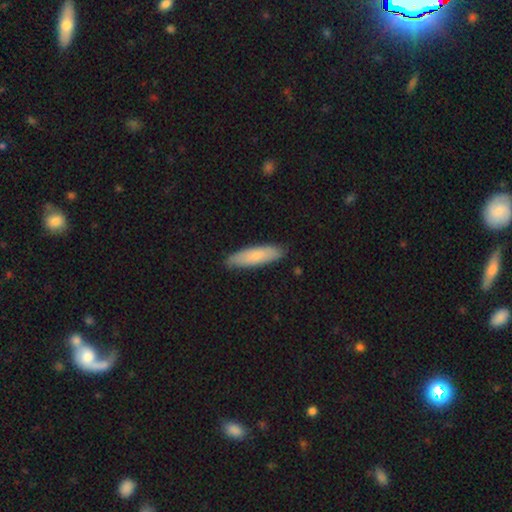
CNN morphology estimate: smooth_or_featured: smooth (p=0.79) [alt: featured or disk p=0.16]
how_rounded: cigar-shaped (p=0.62) [alt: in between p=0.36]
merging: none (p=0.85) [alt: minor disturbance p=0.12]